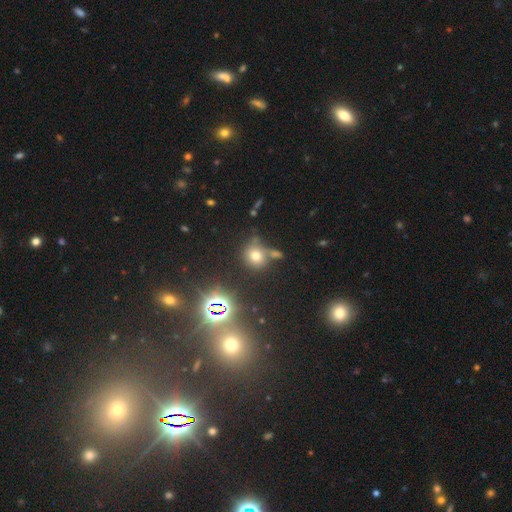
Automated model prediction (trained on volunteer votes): This appears to be a smooth galaxy with no disk features (65%) that is round (77%). Merging: none (60%).